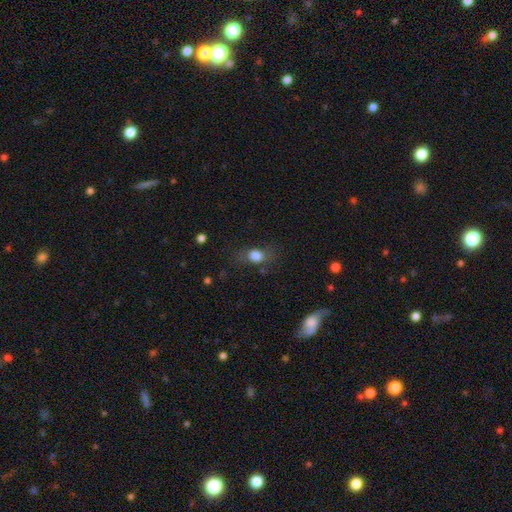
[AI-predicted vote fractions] A smooth galaxy with no disk features (78%) that is in between round and cigar-shaped (60%). Merging: none (68%).